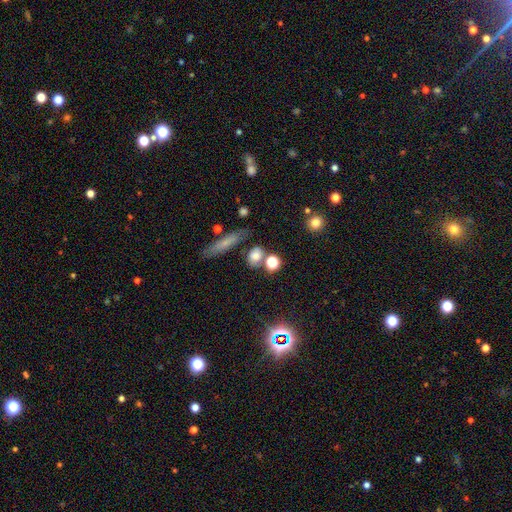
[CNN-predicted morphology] Smooth or featured: smooth — 73% (star or artifact — 16%)
How rounded: round — 62% (in between — 32%)
Merging: none — 67% (merger — 16%)